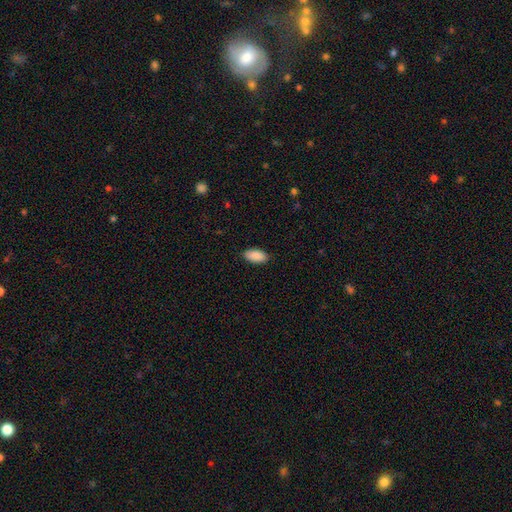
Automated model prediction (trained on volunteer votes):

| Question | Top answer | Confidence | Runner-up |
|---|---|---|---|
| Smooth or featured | smooth | 90% | star or artifact (6%) |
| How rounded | in between | 94% | cigar-shaped (4%) |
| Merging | none | 89% | minor disturbance (9%) |